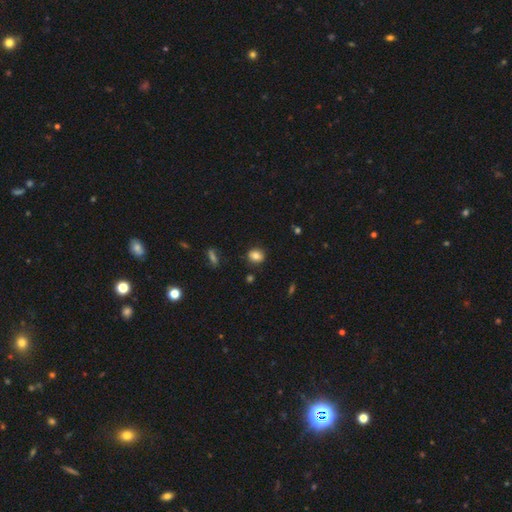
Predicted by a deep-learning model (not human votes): A smooth galaxy with no disk features (81%) that is round (73%).

Vote fractions:
- Smooth or featured? smooth: 81% / star or artifact: 11% / featured or disk: 9%
- How rounded? round: 73% / in between: 26% / cigar-shaped: 1%
- Merging? none: 86% / minor disturbance: 10% / major disturbance: 2% / merger: 2%